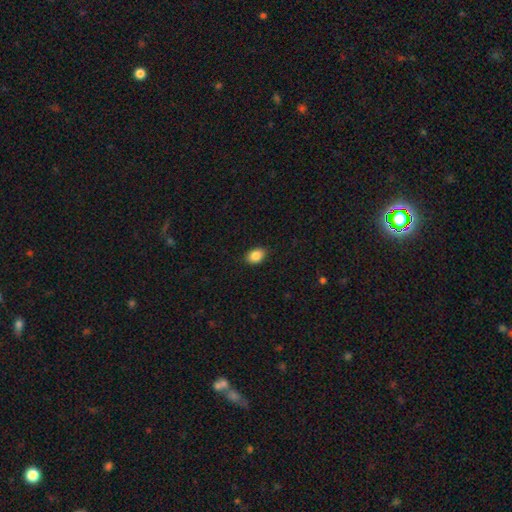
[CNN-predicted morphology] This appears to be a smooth galaxy with no disk features (87%) that is in between round and cigar-shaped (78%). Merging: none (88%).